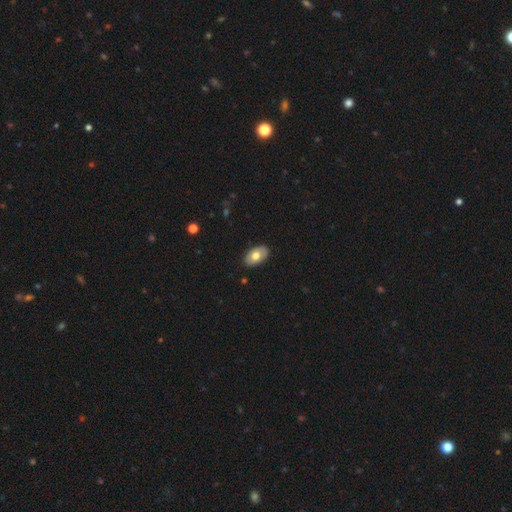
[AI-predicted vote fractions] A smooth galaxy with no disk features (68%) that is in between round and cigar-shaped (92%). Merging: none (87%).